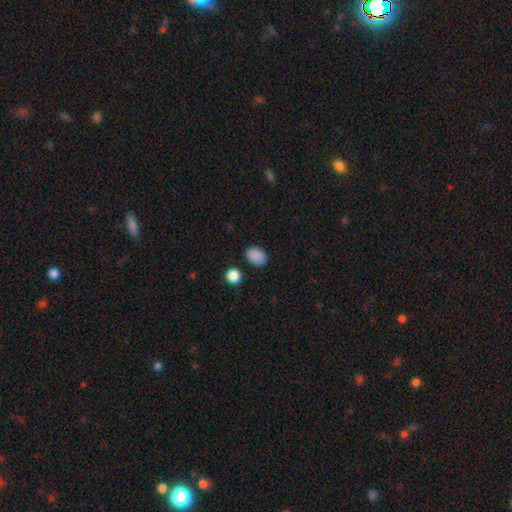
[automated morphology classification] This appears to be a smooth galaxy with no disk features (88%) that is in between round and cigar-shaped (76%). Merging: none (84%).